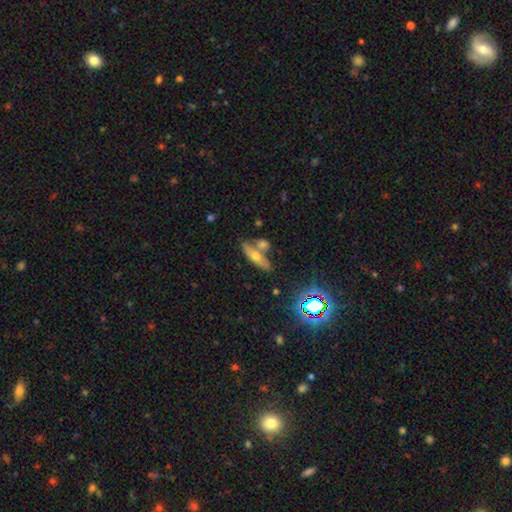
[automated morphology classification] This appears to be a smooth galaxy with no disk features (46%). Merging: none (57%).